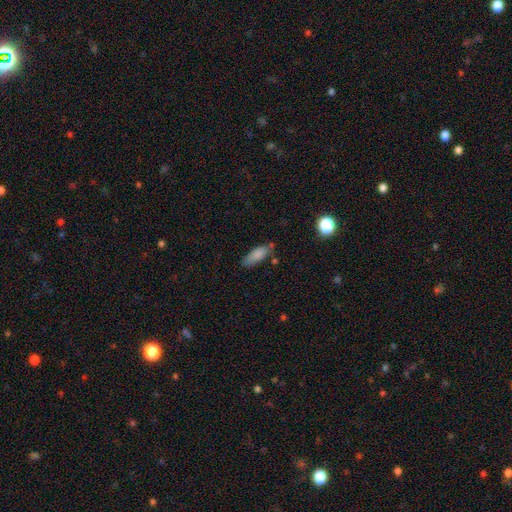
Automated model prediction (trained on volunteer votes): The model was most divided on "how rounded": in between: 63%, cigar-shaped: 34%, round: 3%. More confident: smooth or featured — smooth (80%); merging — none (70%).